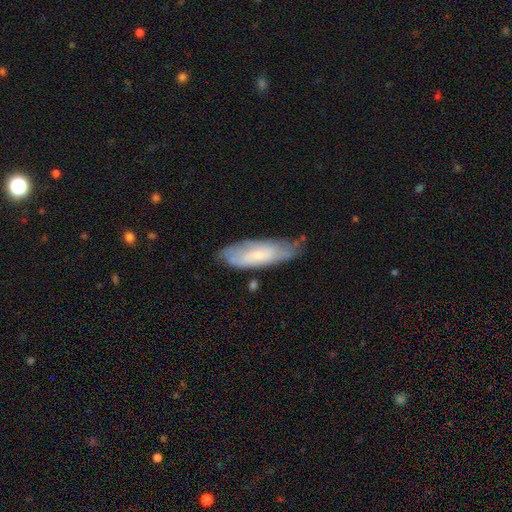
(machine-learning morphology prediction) A smooth galaxy with no disk features (54%) that is in between round and cigar-shaped (54%).

Vote fractions:
- Smooth or featured? smooth: 54% / featured or disk: 39% / star or artifact: 7%
- How rounded? in between: 54% / cigar-shaped: 45% / round: 2%
- Merging? none: 61% / minor disturbance: 29% / major disturbance: 8% / merger: 3%